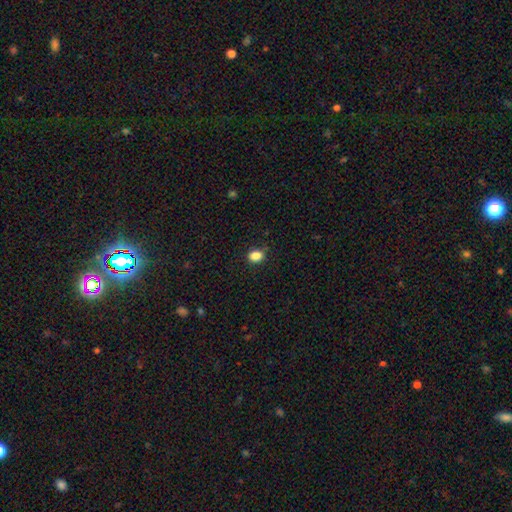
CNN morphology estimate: Overall: smooth (85%). How rounded: in between (52%; round 47%). Merging: none (82%).